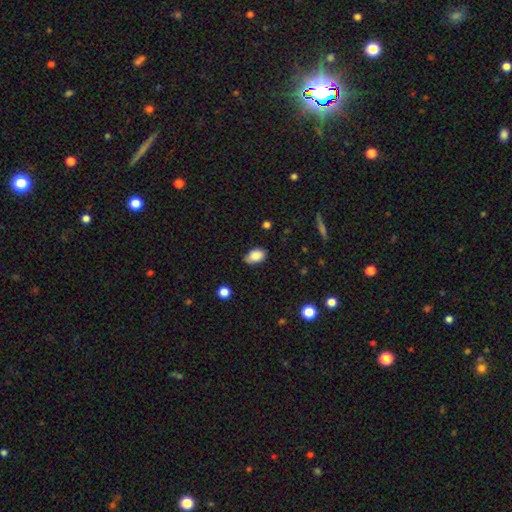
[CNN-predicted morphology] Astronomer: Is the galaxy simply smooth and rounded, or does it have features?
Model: smooth — 87%.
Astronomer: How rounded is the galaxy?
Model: in between — 88%.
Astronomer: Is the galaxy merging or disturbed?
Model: none — 70%.